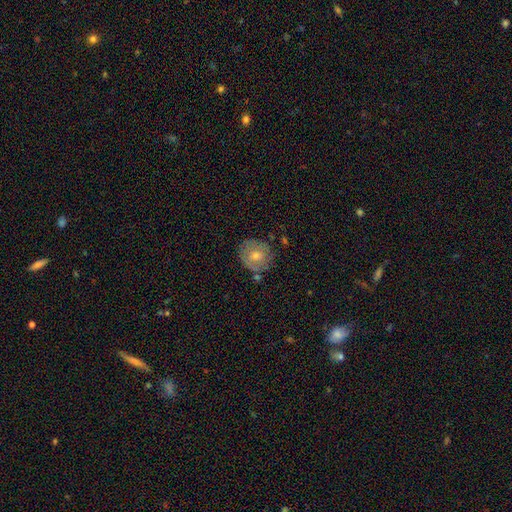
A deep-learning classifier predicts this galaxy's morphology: Smooth or featured? smooth (46%)
Merging? none (75%)